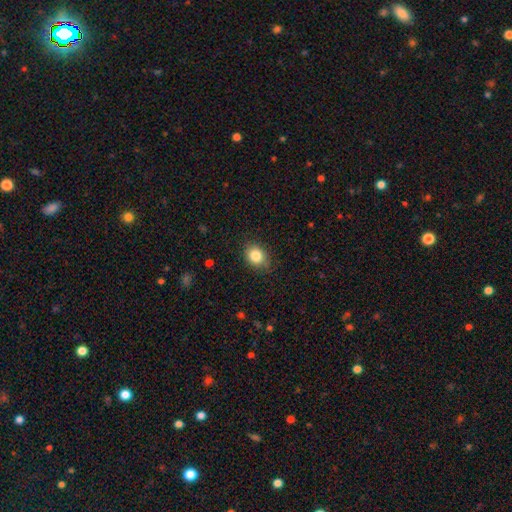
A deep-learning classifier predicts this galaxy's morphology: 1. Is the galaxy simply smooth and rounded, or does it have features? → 84% smooth, 9% star or artifact, 7% featured or disk.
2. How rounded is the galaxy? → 52% round, 47% in between, 1% cigar-shaped.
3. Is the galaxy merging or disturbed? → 80% none, 16% minor disturbance, 3% major disturbance, 1% merger.